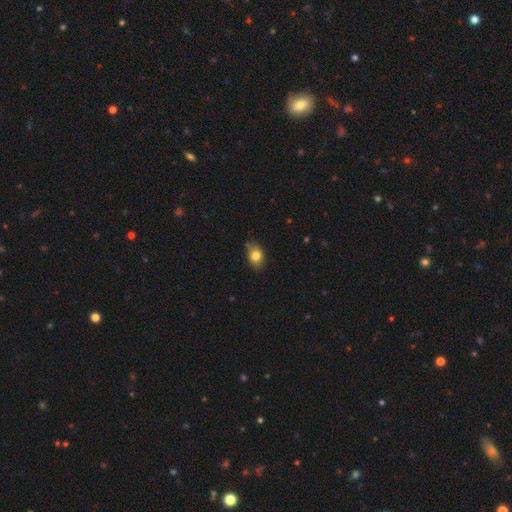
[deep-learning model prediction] The model was most divided on "how rounded": in between: 71%, round: 27%, cigar-shaped: 1%. More confident: smooth or featured — smooth (81%); merging — none (70%).